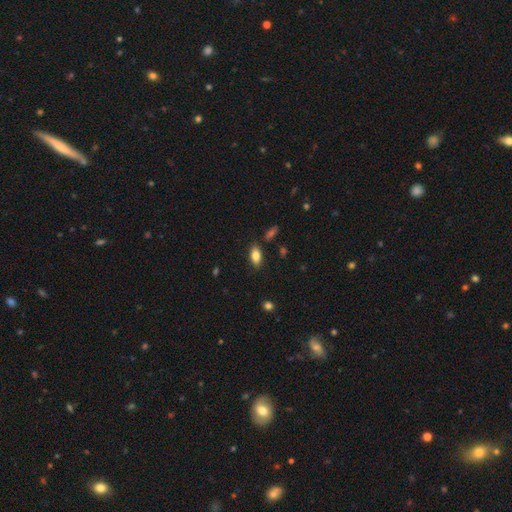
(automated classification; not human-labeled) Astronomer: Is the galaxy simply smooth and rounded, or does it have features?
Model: smooth — 82%.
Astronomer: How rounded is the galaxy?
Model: in between — 89%.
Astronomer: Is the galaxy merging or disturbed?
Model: none — 83%.